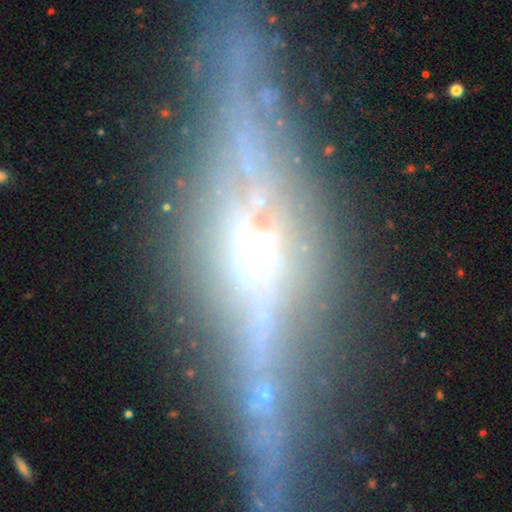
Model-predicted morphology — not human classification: smooth_or_featured: featured or disk (p=0.88) [alt: star or artifact p=0.07]
disk_edge_on: yes (p=0.95) [alt: no p=0.05]
edge_on_bulge: rounded (p=0.72) [alt: boxy p=0.20]
merging: none (p=0.79) [alt: minor disturbance p=0.13]